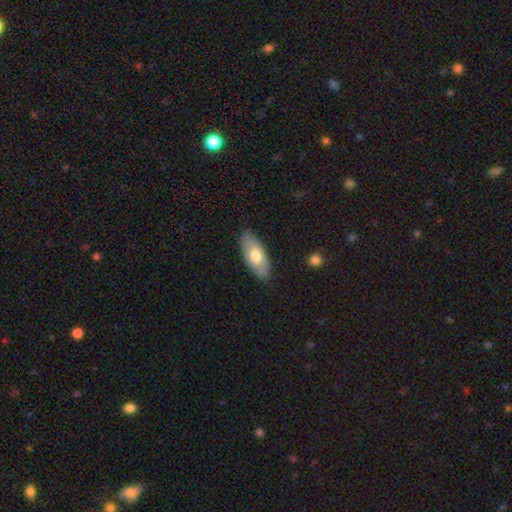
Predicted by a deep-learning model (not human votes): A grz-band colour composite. It shows a smooth galaxy with no disk features (62%) that is in between round and cigar-shaped (90%). Merging: none (83%).